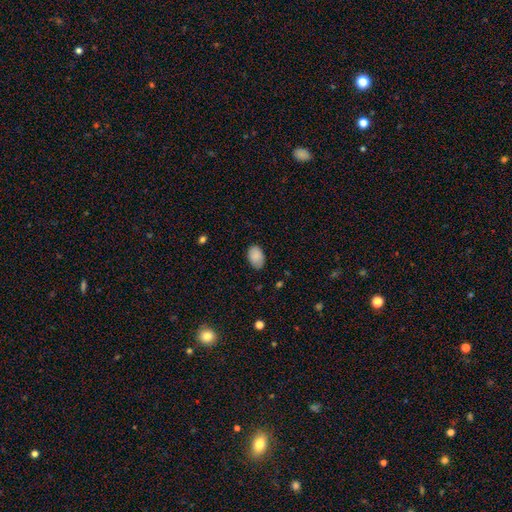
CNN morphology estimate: smooth_or_featured: smooth (p=0.88) [alt: star or artifact p=0.07]
how_rounded: in between (p=0.88) [alt: round p=0.11]
merging: none (p=0.81) [alt: minor disturbance p=0.15]